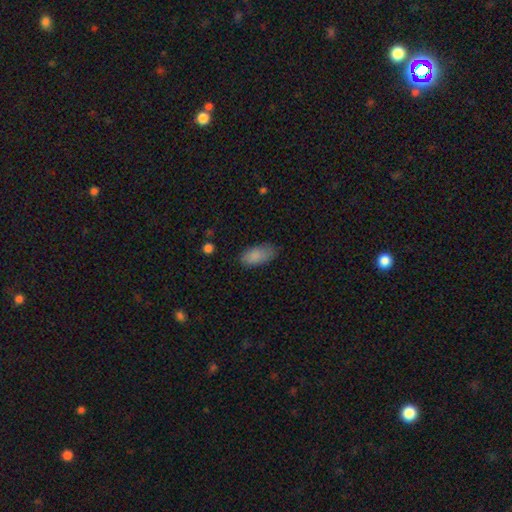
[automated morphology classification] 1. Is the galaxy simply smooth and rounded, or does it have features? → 86% smooth, 7% star or artifact, 7% featured or disk.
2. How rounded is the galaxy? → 92% in between, 6% cigar-shaped, 3% round.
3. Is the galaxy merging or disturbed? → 73% none, 20% minor disturbance, 5% major disturbance, 1% merger.